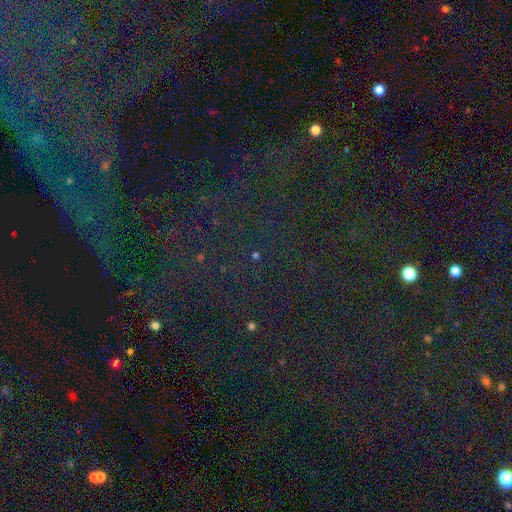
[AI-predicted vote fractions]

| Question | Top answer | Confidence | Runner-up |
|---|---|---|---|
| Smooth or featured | star or artifact | 76% | smooth (16%) |